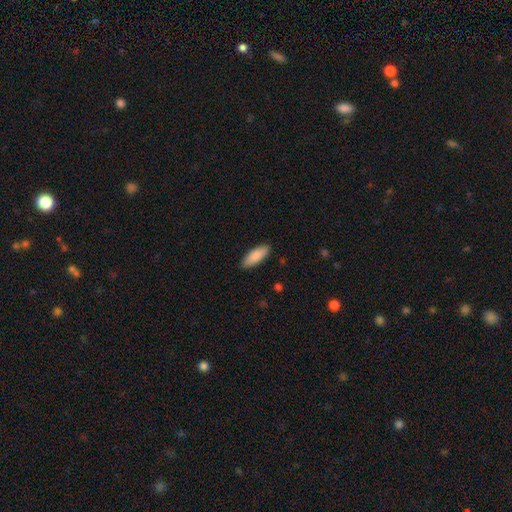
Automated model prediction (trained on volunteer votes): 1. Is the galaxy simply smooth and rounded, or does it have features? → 87% smooth, 8% featured or disk, 5% star or artifact.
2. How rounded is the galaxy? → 64% in between, 34% cigar-shaped, 2% round.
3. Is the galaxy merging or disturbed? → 89% none, 9% minor disturbance, 2% major disturbance, 1% merger.